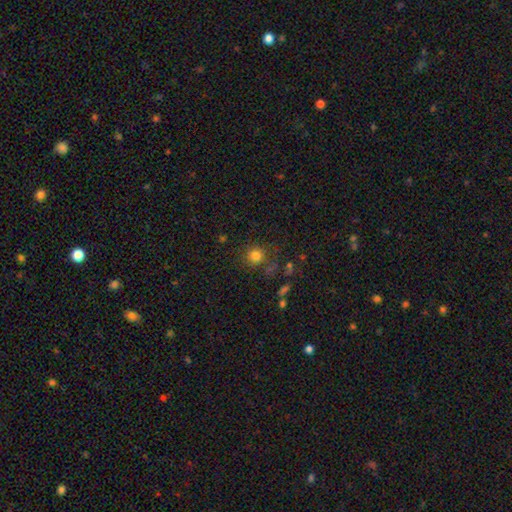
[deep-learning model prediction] This is likely a smooth galaxy (79%). How rounded: clearly round (91%). Merging: likely none (77%).